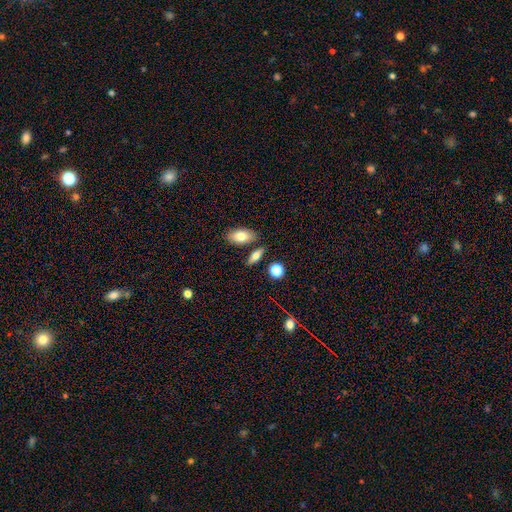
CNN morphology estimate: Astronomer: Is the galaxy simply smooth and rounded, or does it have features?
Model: smooth — 74%.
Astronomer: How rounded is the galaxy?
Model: in between — 68%.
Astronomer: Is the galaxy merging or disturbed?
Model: none — 76%.